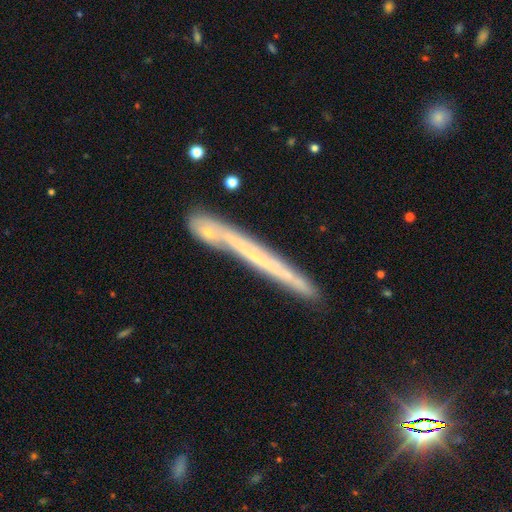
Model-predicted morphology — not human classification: Smooth or featured? featured or disk (59%)
Edge-on disk? yes (94%)
Edge-on bulge? none (88%)
Merging? none (75%)